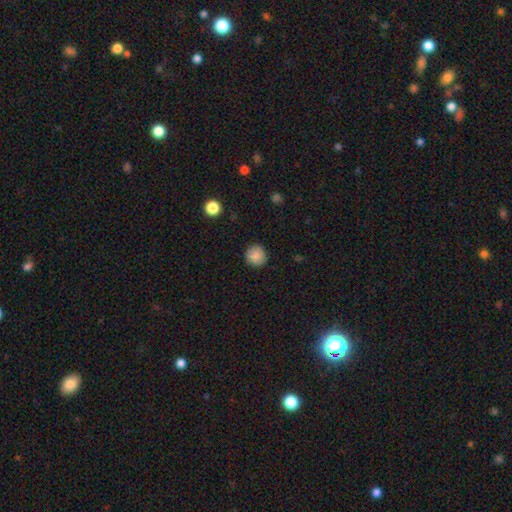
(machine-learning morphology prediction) Smooth or featured?
  - smooth: 86% *
  - star or artifact: 9%
  - featured or disk: 5%
How rounded?
  - round: 92% *
  - in between: 7%
  - cigar-shaped: 1%
Merging?
  - none: 89% *
  - minor disturbance: 8%
  - major disturbance: 2%
  - merger: 1%